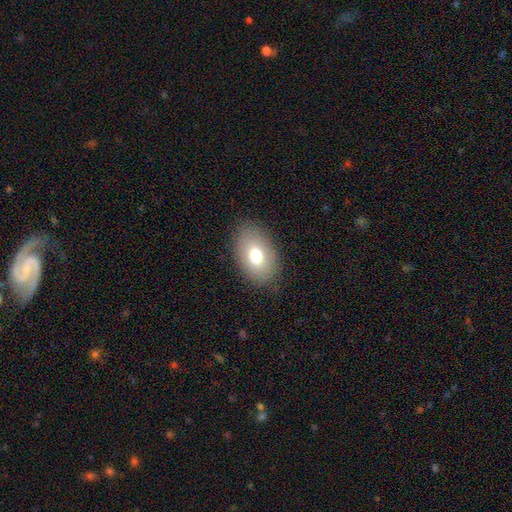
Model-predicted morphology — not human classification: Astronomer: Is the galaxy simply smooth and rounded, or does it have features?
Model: smooth — 73%.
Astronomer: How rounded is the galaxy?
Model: in between — 88%.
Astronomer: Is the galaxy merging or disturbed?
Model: none — 84%.